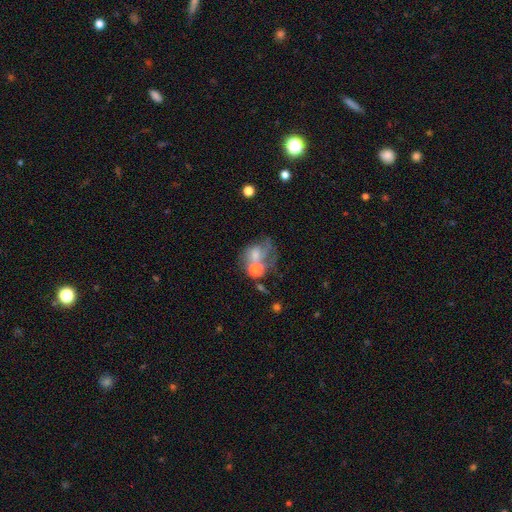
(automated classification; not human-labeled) This is marginally a featured or disk galaxy (43%). Merging: marginally merger (32%).